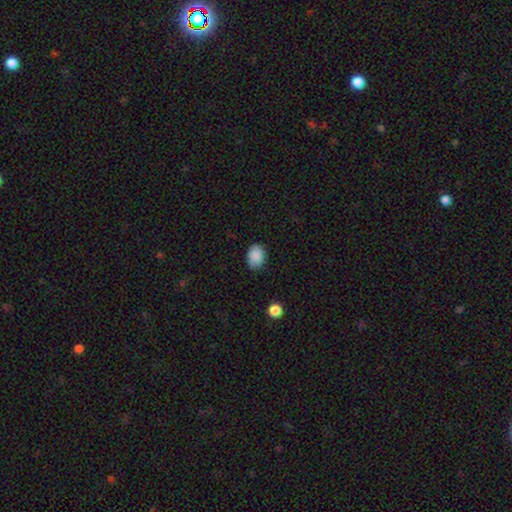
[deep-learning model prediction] The model was most divided on "how rounded": in between: 74%, round: 26%, cigar-shaped: 1%. More confident: smooth or featured — smooth (89%); merging — none (79%).